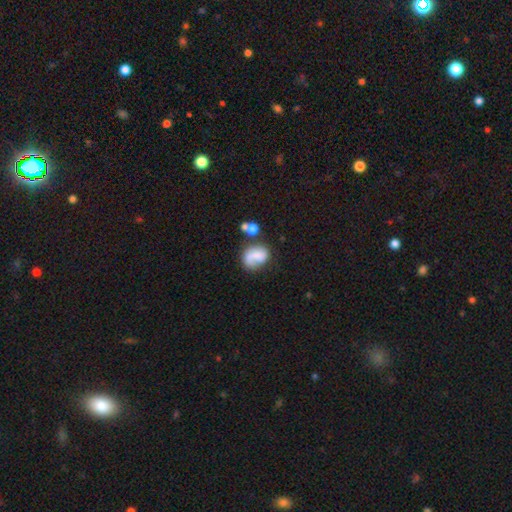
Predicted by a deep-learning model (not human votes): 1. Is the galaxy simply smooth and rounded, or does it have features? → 55% smooth, 35% featured or disk, 10% star or artifact.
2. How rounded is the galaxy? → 55% in between, 43% round, 1% cigar-shaped.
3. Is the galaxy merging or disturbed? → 40% none, 24% minor disturbance, 19% major disturbance, 18% merger.